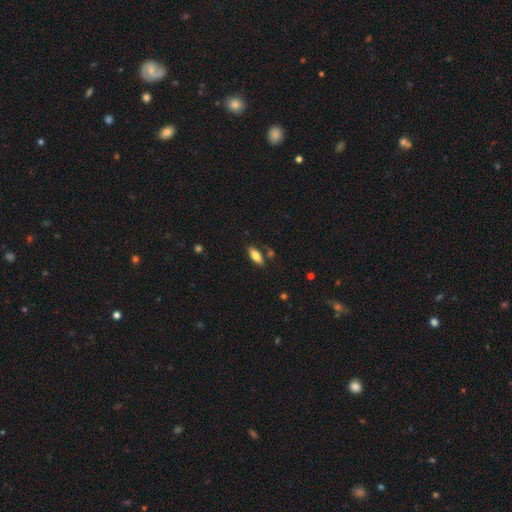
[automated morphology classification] Smooth or featured: smooth — 76% (featured or disk — 17%)
How rounded: in between — 81% (cigar-shaped — 17%)
Merging: none — 79% (minor disturbance — 12%)